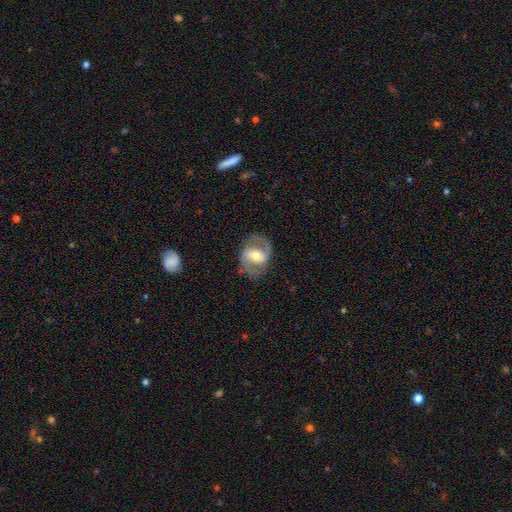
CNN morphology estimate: smooth_or_featured: featured or disk (p=0.78) [alt: smooth p=0.17]
disk_edge_on: no (p=0.96) [alt: yes p=0.04]
bar: weak (p=0.40) [alt: strong p=0.34]
has_spiral_arms: yes (p=0.84) [alt: no p=0.16]
spiral_winding: medium (p=0.55) [alt: loose p=0.24]
spiral_arm_count: 2 (p=0.88) [alt: can't tell p=0.06]
bulge_size: moderate (p=0.64) [alt: small p=0.23]
merging: none (p=0.78) [alt: minor disturbance p=0.13]